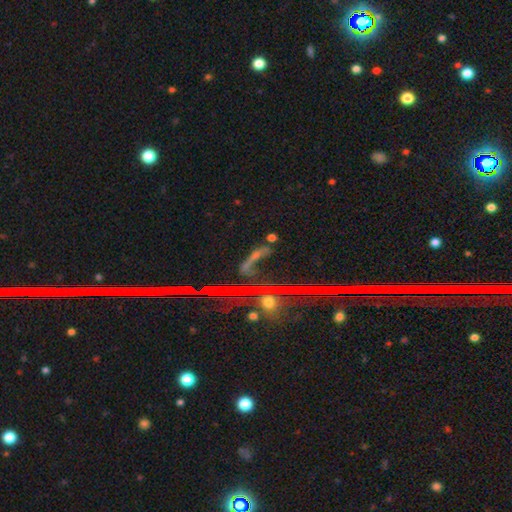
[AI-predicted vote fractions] Q: Smooth or featured?
A: star or artifact (55%); runner-up: featured or disk (25%)